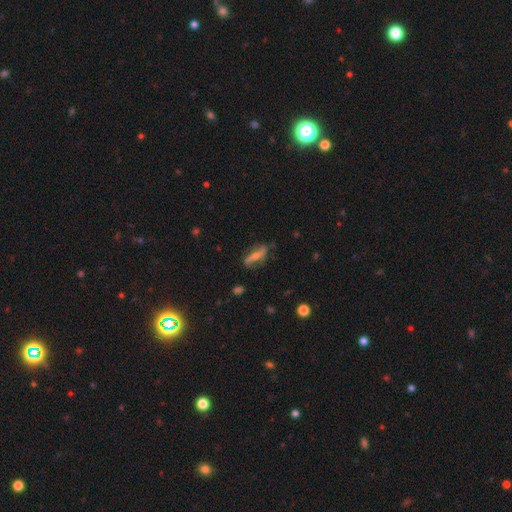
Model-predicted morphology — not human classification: smooth_or_featured: featured or disk (p=0.65) [alt: smooth p=0.27]
disk_edge_on: no (p=0.61) [alt: yes p=0.39]
merging: none (p=0.72) [alt: minor disturbance p=0.19]